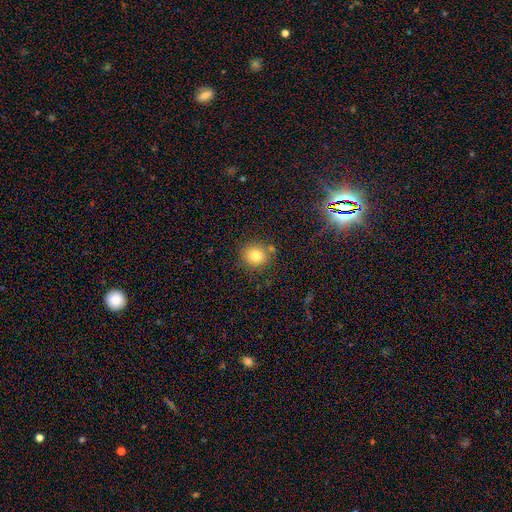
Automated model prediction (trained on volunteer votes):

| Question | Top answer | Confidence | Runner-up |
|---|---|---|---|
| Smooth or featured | smooth | 79% | star or artifact (13%) |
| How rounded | round | 86% | in between (13%) |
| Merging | none | 80% | minor disturbance (10%) |